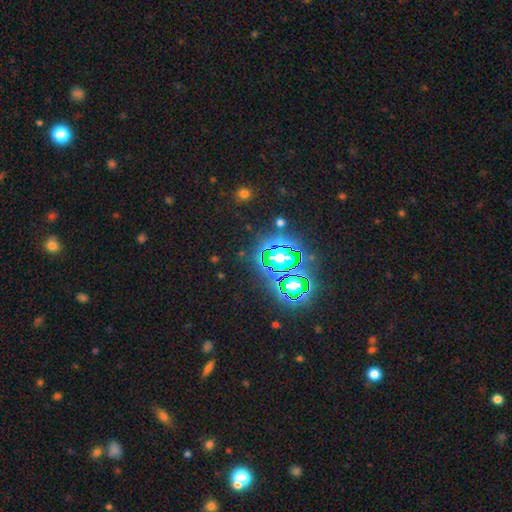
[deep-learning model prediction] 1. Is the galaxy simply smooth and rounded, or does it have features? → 79% star or artifact, 13% smooth, 8% featured or disk.